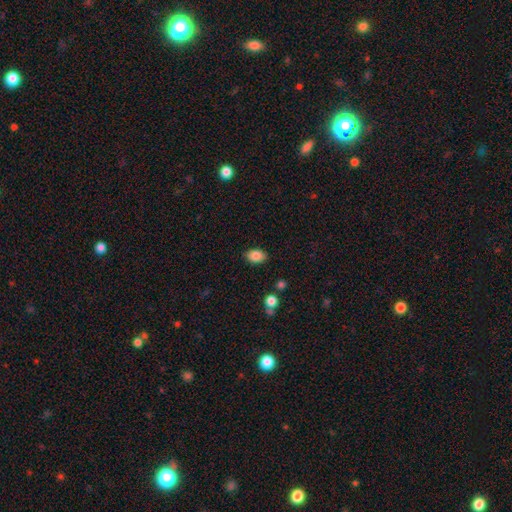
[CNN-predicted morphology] Smooth or featured?
  - smooth: 86% *
  - star or artifact: 9%
  - featured or disk: 6%
How rounded?
  - in between: 84% *
  - round: 15%
  - cigar-shaped: 1%
Merging?
  - none: 86% *
  - minor disturbance: 10%
  - major disturbance: 2%
  - merger: 1%